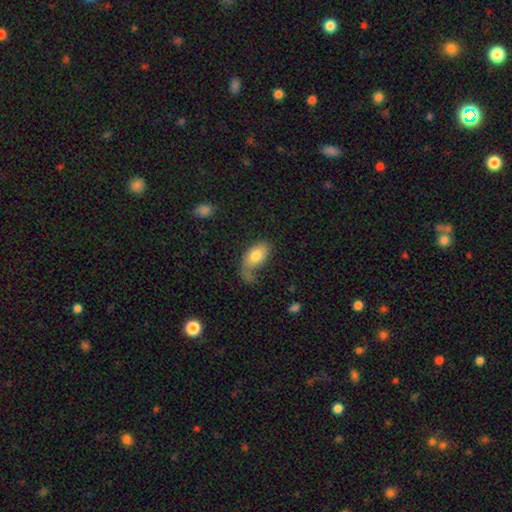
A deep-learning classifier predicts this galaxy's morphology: This is likely a smooth galaxy (76%). How rounded: clearly in between (91%). Merging: marginally none (35%).